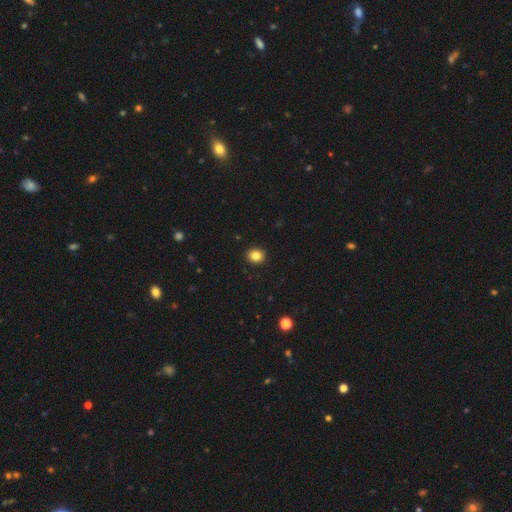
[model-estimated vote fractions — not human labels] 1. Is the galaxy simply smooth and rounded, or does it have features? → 84% smooth, 11% star or artifact, 5% featured or disk.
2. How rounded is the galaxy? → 74% round, 25% in between, 1% cigar-shaped.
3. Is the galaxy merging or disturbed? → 92% none, 6% minor disturbance, 2% major disturbance, 1% merger.